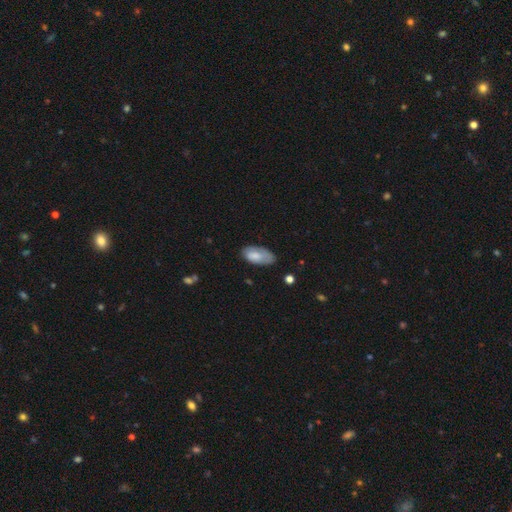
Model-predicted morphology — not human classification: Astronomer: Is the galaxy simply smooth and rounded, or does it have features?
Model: smooth — 76%.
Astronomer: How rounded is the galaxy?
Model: in between — 92%.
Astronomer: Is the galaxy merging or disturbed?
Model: none — 61%.